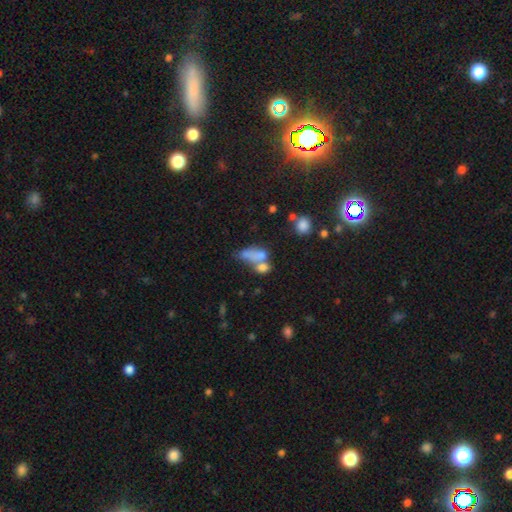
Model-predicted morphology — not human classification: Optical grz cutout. It shows a smooth galaxy with no disk features (67%) that is in between round and cigar-shaped (76%). Merging: merger (52%).